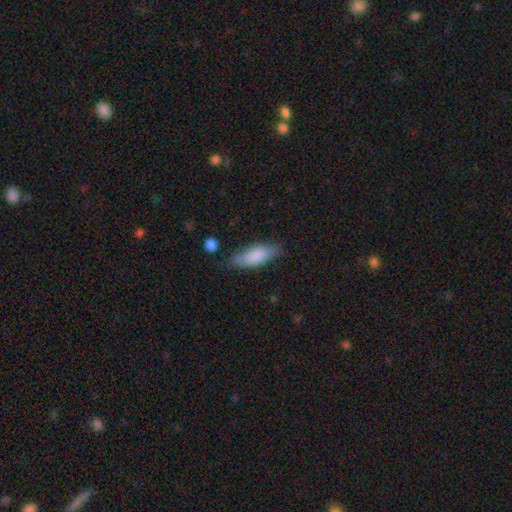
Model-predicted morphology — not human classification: Overall: smooth (83%). How rounded: in between (66%; cigar-shaped 32%). Merging: none (75%).